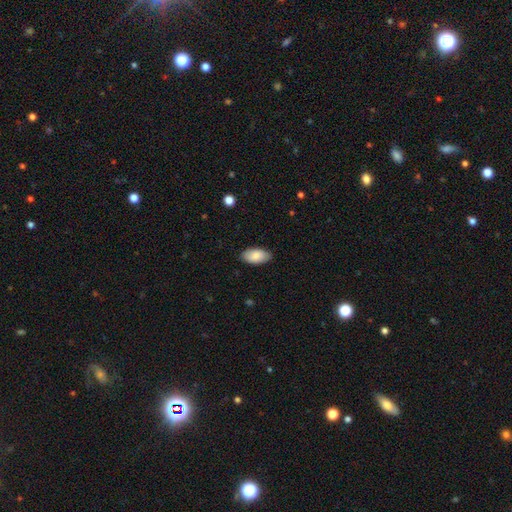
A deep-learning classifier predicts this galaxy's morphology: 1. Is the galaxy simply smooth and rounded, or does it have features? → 84% smooth, 10% featured or disk, 6% star or artifact.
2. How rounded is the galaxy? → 95% in between, 2% round, 2% cigar-shaped.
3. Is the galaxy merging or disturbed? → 86% none, 11% minor disturbance, 2% major disturbance, 1% merger.